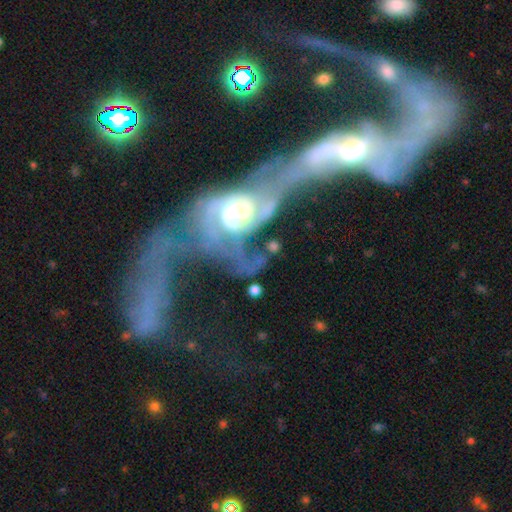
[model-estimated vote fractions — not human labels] smooth_or_featured: featured or disk (p=0.74) [alt: smooth p=0.14]
disk_edge_on: no (p=0.92) [alt: yes p=0.08]
bar: no (p=0.64) [alt: weak p=0.25]
has_spiral_arms: yes (p=0.70) [alt: no p=0.30]
bulge_size: moderate (p=0.55) [alt: small p=0.20]
merging: merger (p=0.76) [alt: major disturbance p=0.15]